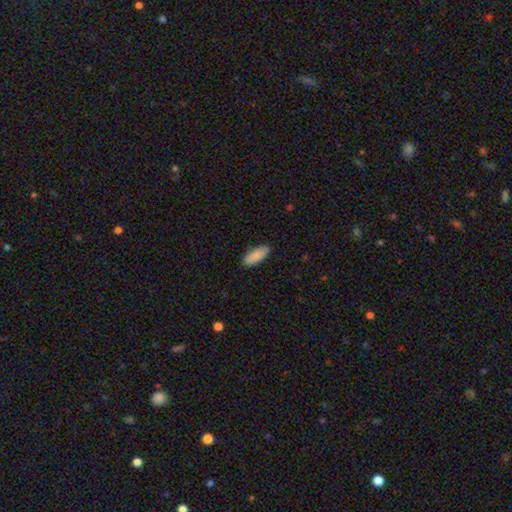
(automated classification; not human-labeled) Smooth or featured: smooth — 89% (star or artifact — 6%)
How rounded: in between — 75% (cigar-shaped — 23%)
Merging: none — 87% (minor disturbance — 10%)